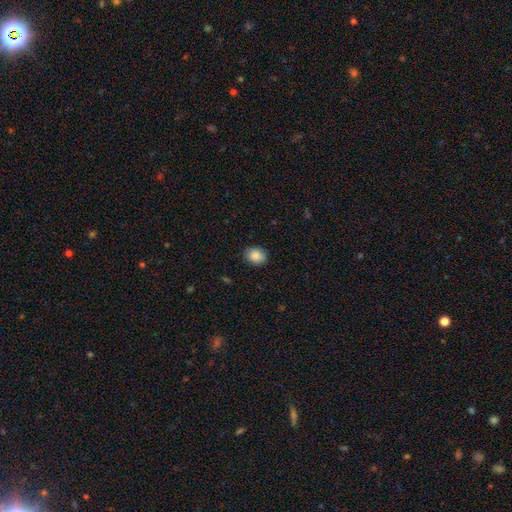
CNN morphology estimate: The model was most divided on "how rounded": in between: 52%, round: 47%, cigar-shaped: 1%. More confident: smooth or featured — smooth (88%); merging — none (87%).